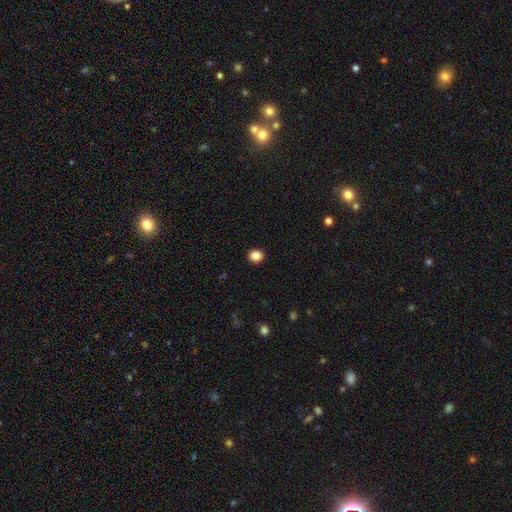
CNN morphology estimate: This is clearly a smooth galaxy (86%). How rounded: likely round (80%). Merging: clearly none (93%).